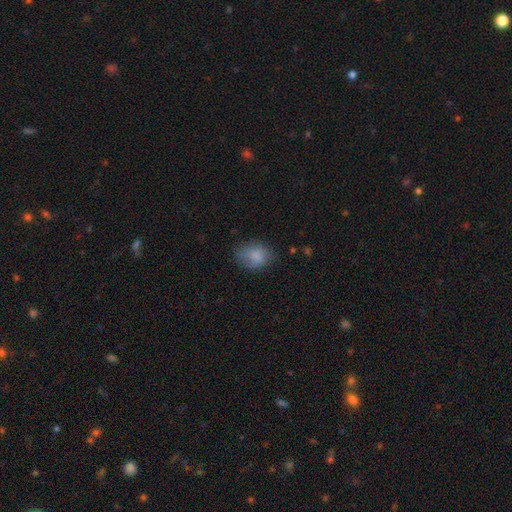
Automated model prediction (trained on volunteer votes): A smooth galaxy with no disk features (83%) that is in between round and cigar-shaped (64%). Merging: none (66%).